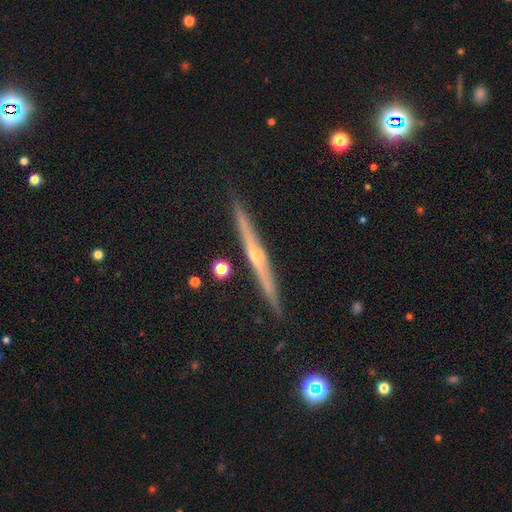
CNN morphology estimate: Smooth or featured? featured or disk (79%)
Edge-on disk? yes (98%)
Edge-on bulge? rounded (72%)
Merging? none (90%)